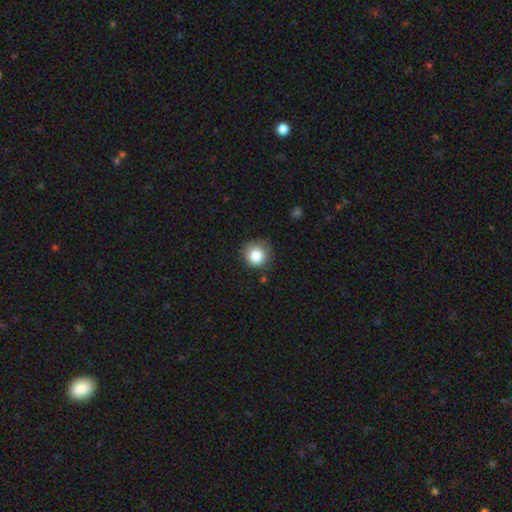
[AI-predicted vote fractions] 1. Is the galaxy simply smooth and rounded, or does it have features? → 84% smooth, 10% star or artifact, 7% featured or disk.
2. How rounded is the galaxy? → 93% round, 6% in between, 1% cigar-shaped.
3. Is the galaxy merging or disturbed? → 77% none, 16% minor disturbance, 4% major disturbance, 2% merger.